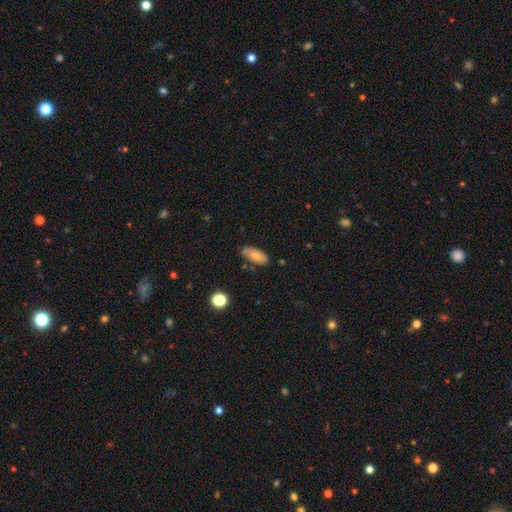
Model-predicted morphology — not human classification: smooth 73%, featured or disk 19%, star or artifact 8%. Down the decision tree: how rounded — in between (89%); merging — none (72%).